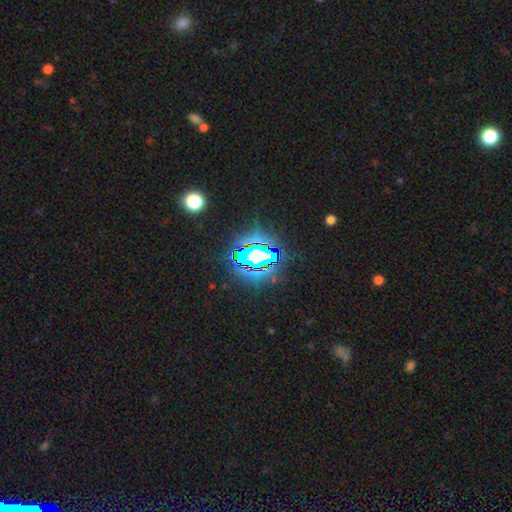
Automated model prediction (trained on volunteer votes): Smooth or featured? Predicted: star or artifact (p=0.72).